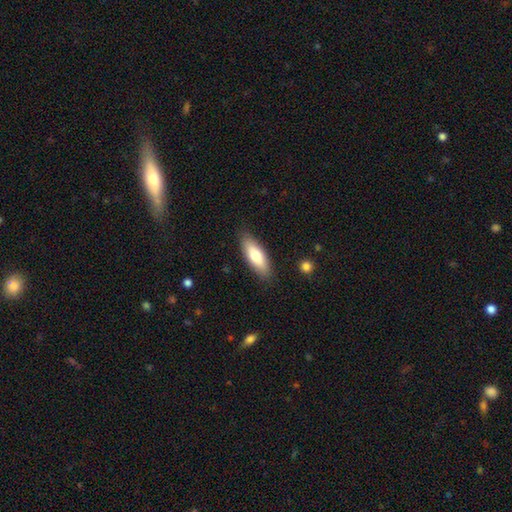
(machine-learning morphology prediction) Overall: smooth (74%). How rounded: in between (68%; cigar-shaped 30%). Merging: none (87%).